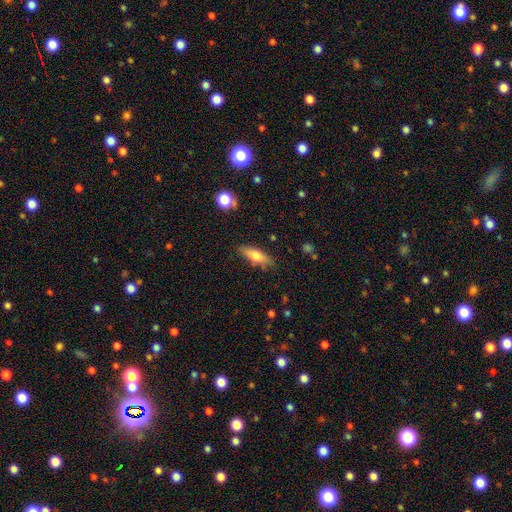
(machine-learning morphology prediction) Q: Smooth or featured?
A: smooth (69%); runner-up: featured or disk (24%)
Q: How rounded?
A: in between (53%); runner-up: cigar-shaped (44%)
Q: Merging?
A: none (80%); runner-up: minor disturbance (14%)